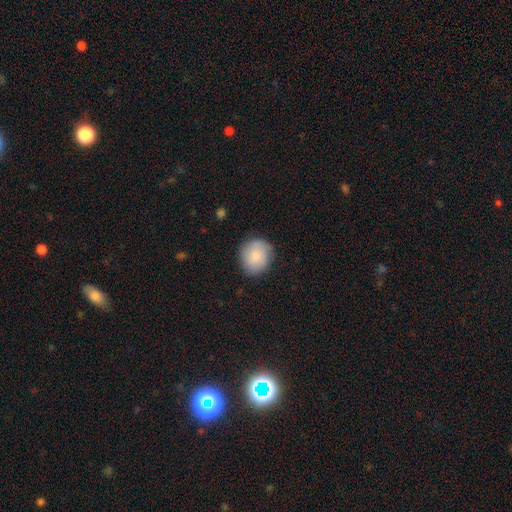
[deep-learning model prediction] Morphology: type=smooth (81%); roundness=round (83%); merging=none (82%).